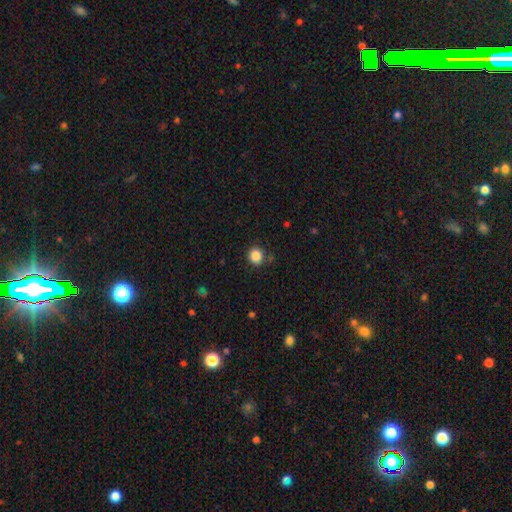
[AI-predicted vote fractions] This is clearly a smooth galaxy (86%). How rounded: clearly round (88%). Merging: clearly none (87%).